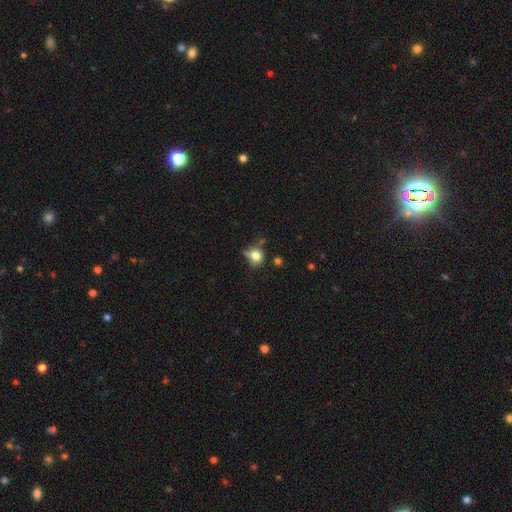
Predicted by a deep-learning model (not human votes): Overall: smooth (75%). How rounded: round (70%). Merging: none (51%; minor disturbance 27%).